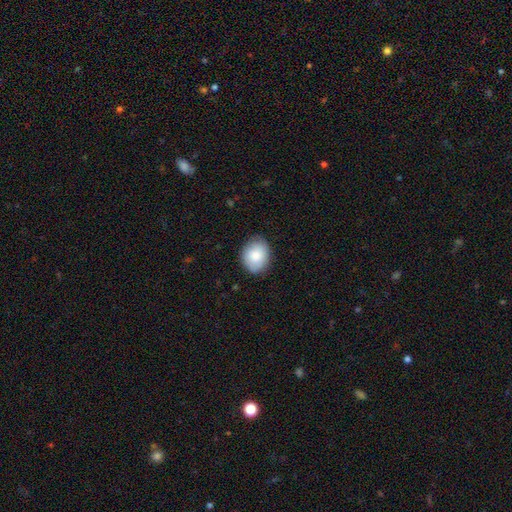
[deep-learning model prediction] The model was most divided on "how rounded": in between: 60%, round: 39%, cigar-shaped: 1%. More confident: smooth or featured — smooth (83%); merging — none (82%).